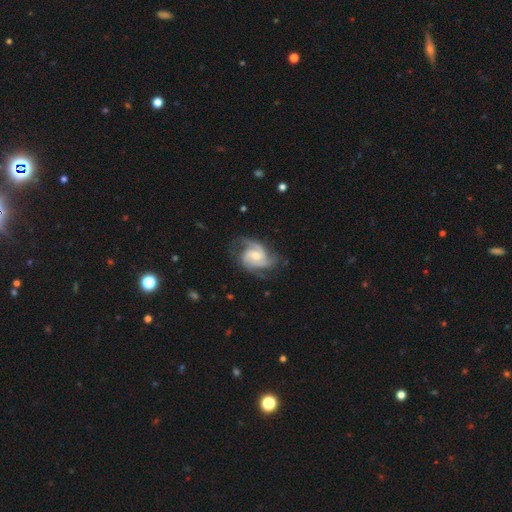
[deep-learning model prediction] Q: Smooth or featured?
A: featured or disk (89%); runner-up: smooth (6%)
Q: Edge-on disk?
A: no (98%); runner-up: yes (2%)
Q: Bar?
A: no (61%); runner-up: weak (32%)
Q: Spiral arms?
A: yes (98%); runner-up: no (2%)
Q: Spiral winding?
A: medium (50%); runner-up: tight (36%)
Q: Spiral arm count?
A: 3 (56%); runner-up: 2 (18%)
Q: Bulge size?
A: moderate (52%); runner-up: small (41%)
Q: Merging?
A: none (69%); runner-up: minor disturbance (20%)